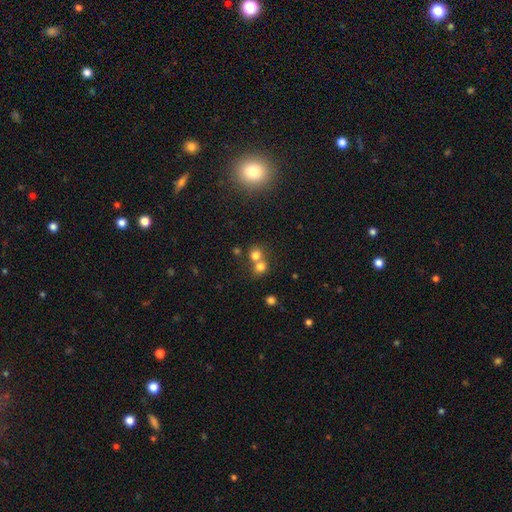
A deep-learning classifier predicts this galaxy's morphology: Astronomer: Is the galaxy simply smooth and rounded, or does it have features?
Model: smooth — 74%.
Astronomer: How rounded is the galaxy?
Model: round — 83%.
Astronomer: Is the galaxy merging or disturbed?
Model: merger — 49% (runner-up: none, 42%).